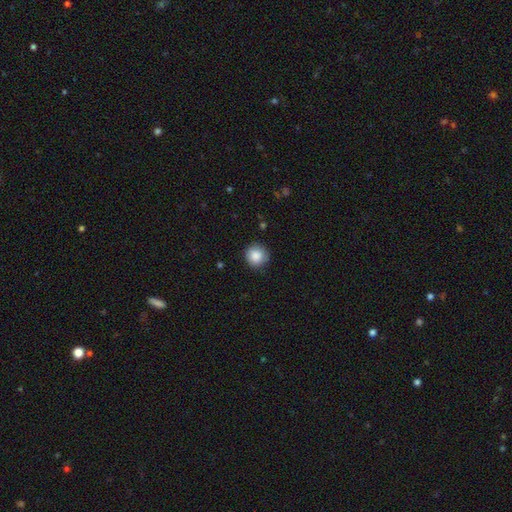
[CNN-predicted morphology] smooth_or_featured: smooth (p=0.88) [alt: star or artifact p=0.08]
how_rounded: round (p=0.93) [alt: in between p=0.06]
merging: none (p=0.89) [alt: minor disturbance p=0.08]